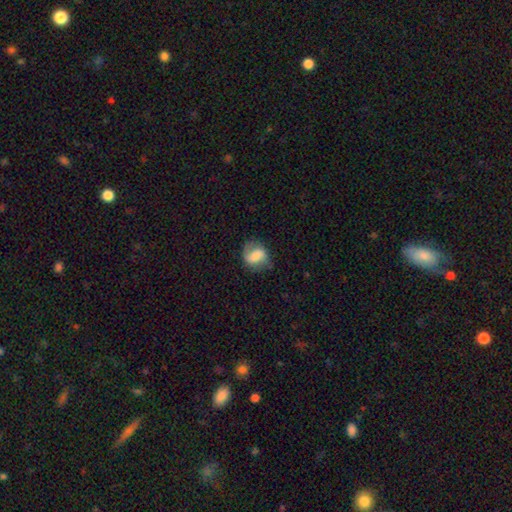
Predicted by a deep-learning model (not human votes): A smooth galaxy with no disk features (48%). Merging: none (64%).